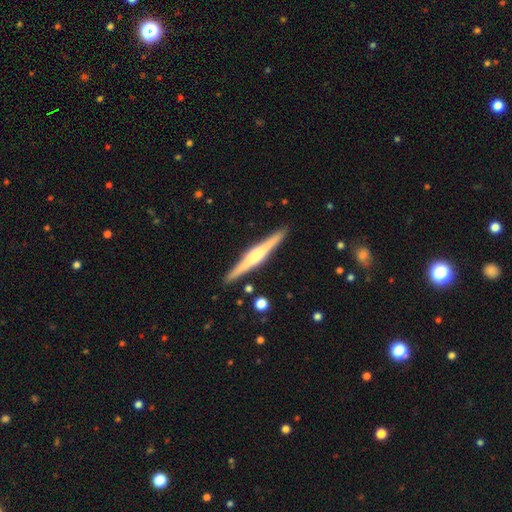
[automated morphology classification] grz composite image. It shows a featured or disk galaxy (71%) viewed edge-on (98%) with a rounded central bulge (69%). Merging: none (91%).